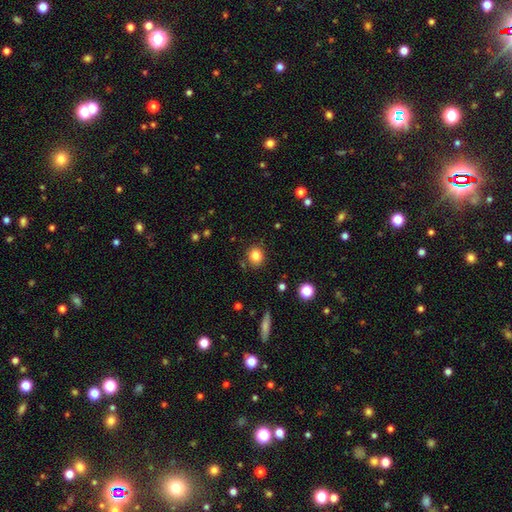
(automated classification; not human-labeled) smooth_or_featured: smooth (p=0.83) [alt: star or artifact p=0.11]
how_rounded: round (p=0.76) [alt: in between p=0.23]
merging: none (p=0.86) [alt: minor disturbance p=0.09]